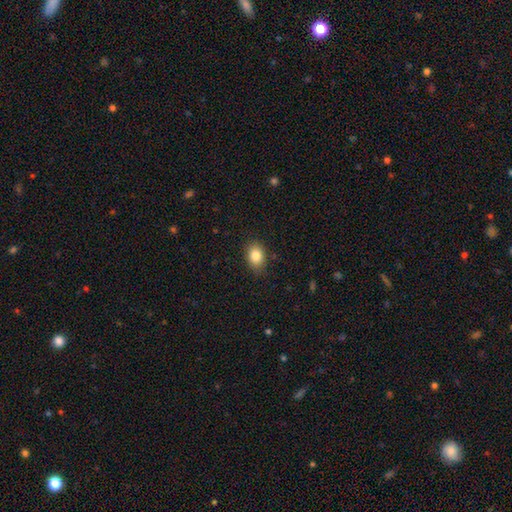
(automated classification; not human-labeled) Q: Smooth or featured?
A: smooth (84%); runner-up: star or artifact (9%)
Q: How rounded?
A: in between (71%); runner-up: round (27%)
Q: Merging?
A: none (85%); runner-up: minor disturbance (12%)